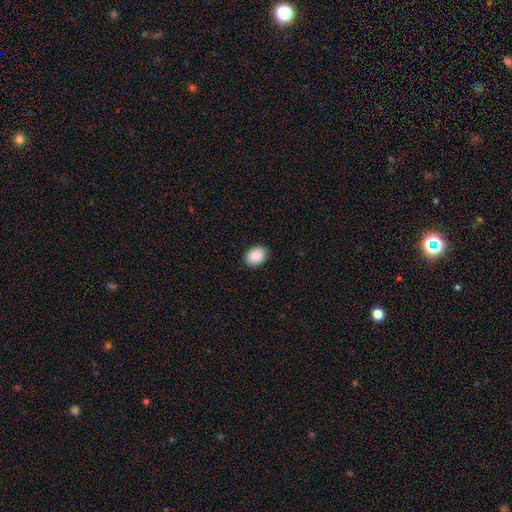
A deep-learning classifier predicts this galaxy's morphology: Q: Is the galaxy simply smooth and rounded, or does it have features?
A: smooth — 88%.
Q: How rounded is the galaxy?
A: in between — 69%.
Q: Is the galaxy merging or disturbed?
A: none — 89%.